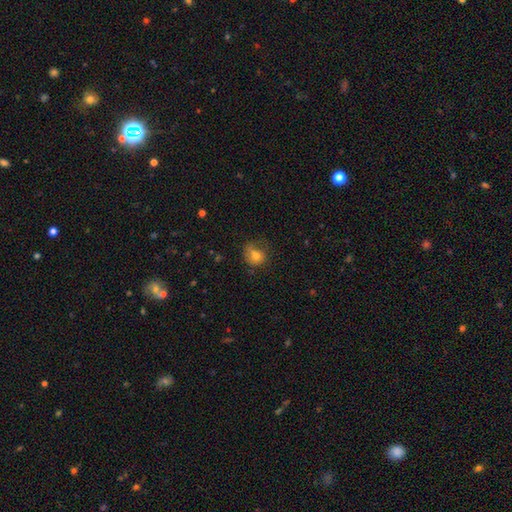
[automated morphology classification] The model was most divided on "merging": none: 46%, minor disturbance: 27%, major disturbance: 23%, merger: 5%. More confident: smooth or featured — smooth (66%); how rounded — round (61%).